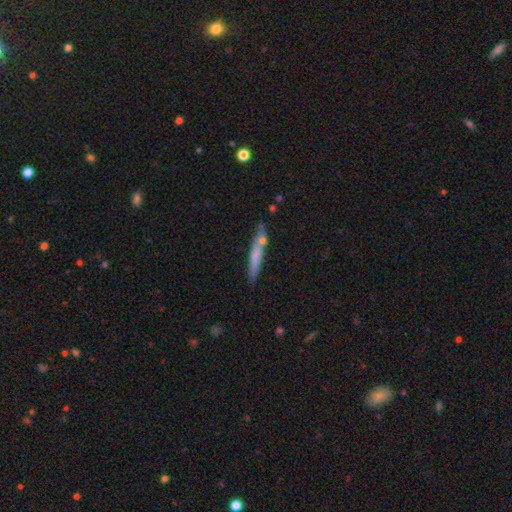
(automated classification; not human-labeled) Smooth or featured? smooth (62%)
How rounded? cigar-shaped (93%)
Merging? none (74%)